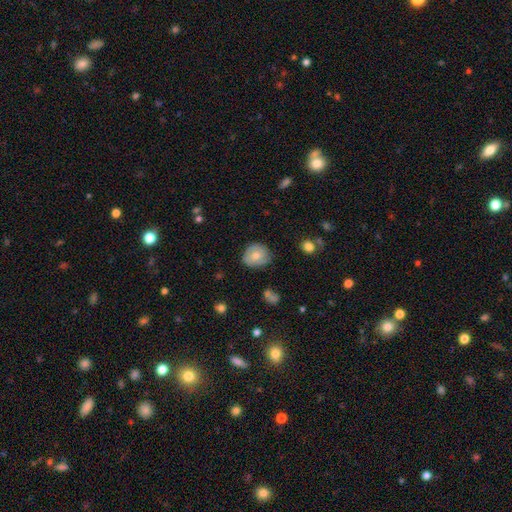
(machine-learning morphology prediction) Overall: smooth (63%; featured or disk 29%). How rounded: round (69%; in between 30%). Merging: none (71%).